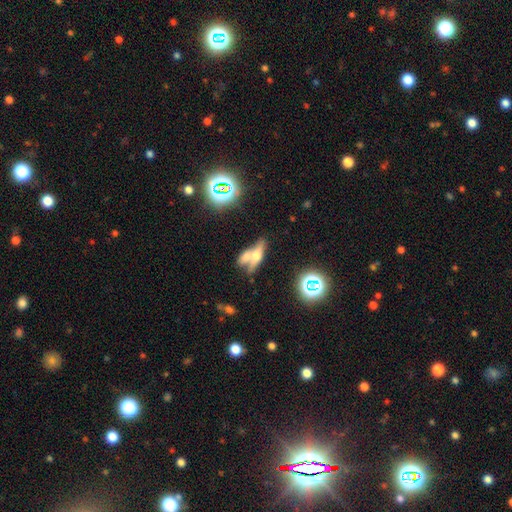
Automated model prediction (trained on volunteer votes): Smooth or featured?
  - smooth: 43% *
  - featured or disk: 42%
  - star or artifact: 15%
Merging?
  - merger: 54% *
  - none: 30%
  - minor disturbance: 10%
  - major disturbance: 6%